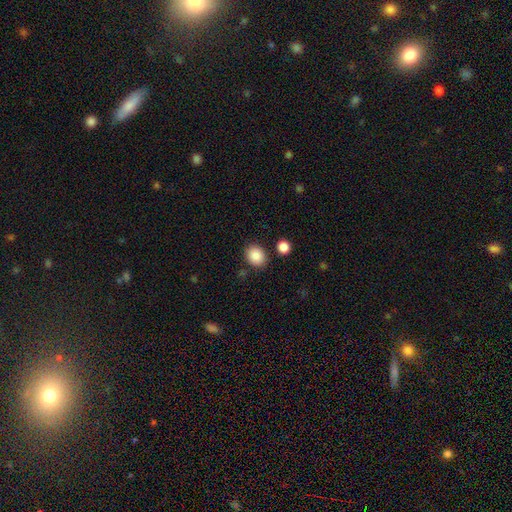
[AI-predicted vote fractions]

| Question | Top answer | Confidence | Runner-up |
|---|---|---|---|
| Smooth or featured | smooth | 88% | star or artifact (8%) |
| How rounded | round | 64% | in between (36%) |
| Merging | none | 84% | minor disturbance (9%) |